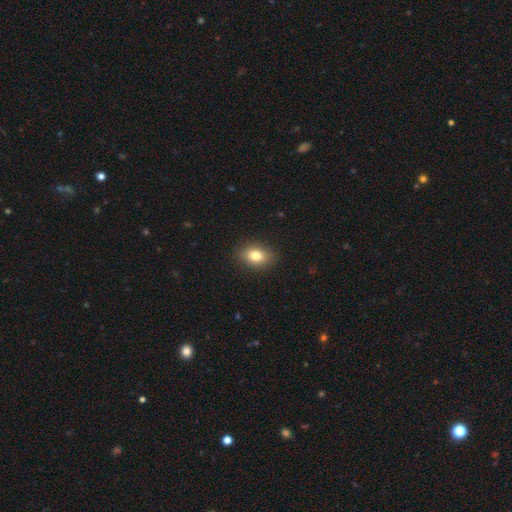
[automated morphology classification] smooth-or-featured: smooth: 81% | star or artifact: 10% | featured or disk: 10%
  how-rounded: in between: 73% | round: 25% | cigar-shaped: 2%
  merging: none: 88% | minor disturbance: 9% | major disturbance: 2% | merger: 1%